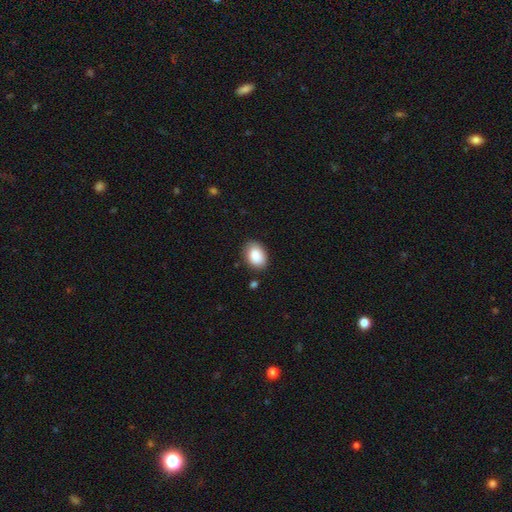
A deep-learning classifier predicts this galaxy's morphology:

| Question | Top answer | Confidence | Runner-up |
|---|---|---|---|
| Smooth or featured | smooth | 88% | star or artifact (7%) |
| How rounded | in between | 84% | round (15%) |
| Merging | none | 83% | minor disturbance (12%) |